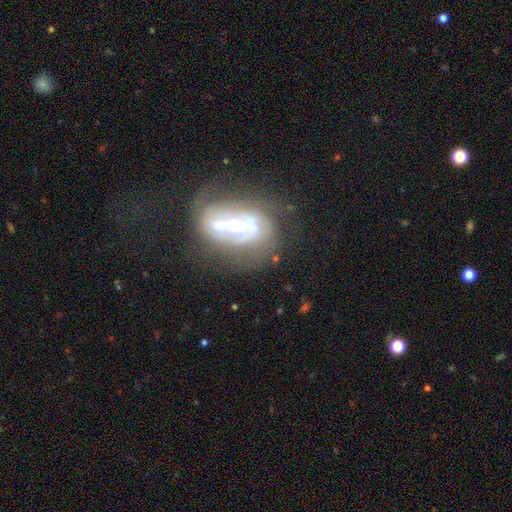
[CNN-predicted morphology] A featured or disk galaxy (78%) with a strong bar (74%), spiral arms (68%) and a small central bulge (44%).

Vote fractions:
- Smooth or featured? featured or disk: 78% / smooth: 13% / star or artifact: 10%
- Edge-on disk? no: 75% / yes: 25%
- Bar? strong: 74% / weak: 16% / no: 10%
- Spiral arms? yes: 68% / no: 32%
- Bulge size? small: 44% / moderate: 38% / large: 8% / none: 7% / dominant: 3%
- Merging? none: 58% / minor disturbance: 19% / major disturbance: 19% / merger: 4%